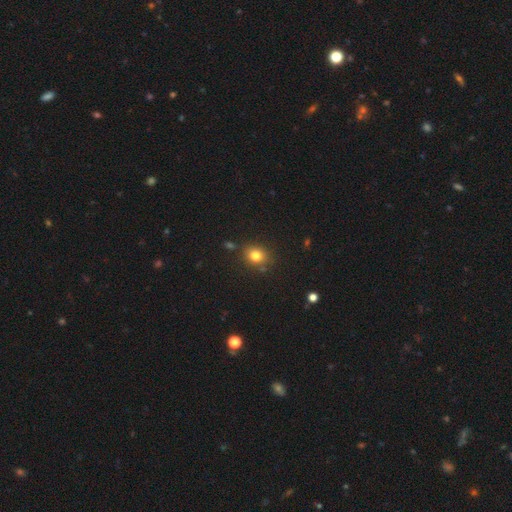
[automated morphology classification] Overall: smooth (80%). How rounded: round (66%; in between 33%). Merging: none (81%).